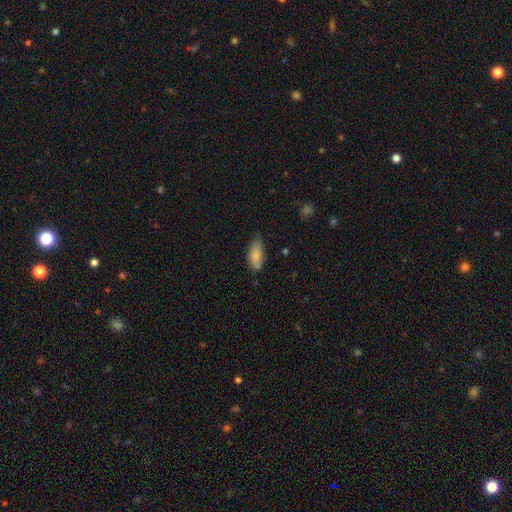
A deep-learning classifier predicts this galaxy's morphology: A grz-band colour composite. It shows a smooth galaxy with no disk features (80%) that is in between round and cigar-shaped (81%). Merging: none (60%).